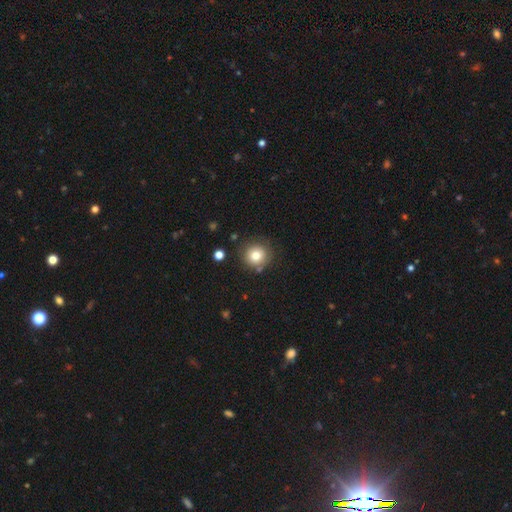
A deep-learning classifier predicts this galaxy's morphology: Smooth or featured? smooth (78%)
How rounded? round (91%)
Merging? none (80%)